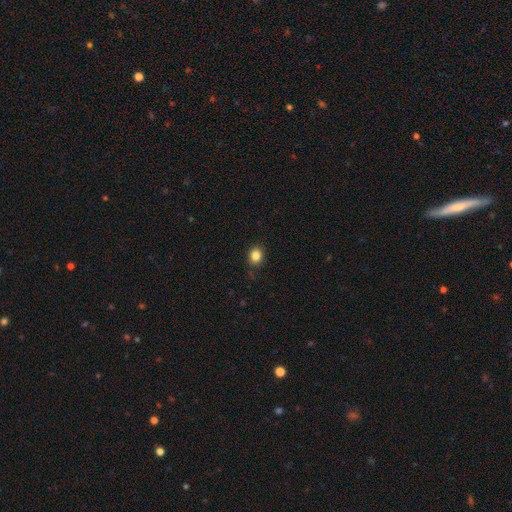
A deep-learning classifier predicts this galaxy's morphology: The model was most divided on "how rounded": round: 65%, in between: 34%, cigar-shaped: 1%. More confident: merging — none (85%); smooth or featured — smooth (84%).